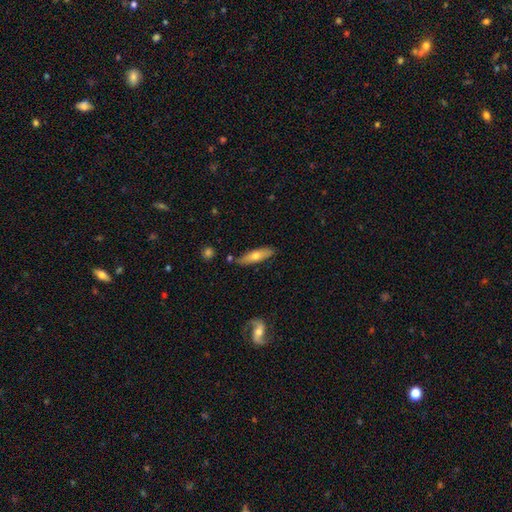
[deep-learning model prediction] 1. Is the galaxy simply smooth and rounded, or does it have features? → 58% smooth, 35% featured or disk, 6% star or artifact.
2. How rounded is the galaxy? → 65% cigar-shaped, 33% in between, 2% round.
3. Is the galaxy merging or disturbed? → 82% none, 12% minor disturbance, 3% merger, 2% major disturbance.